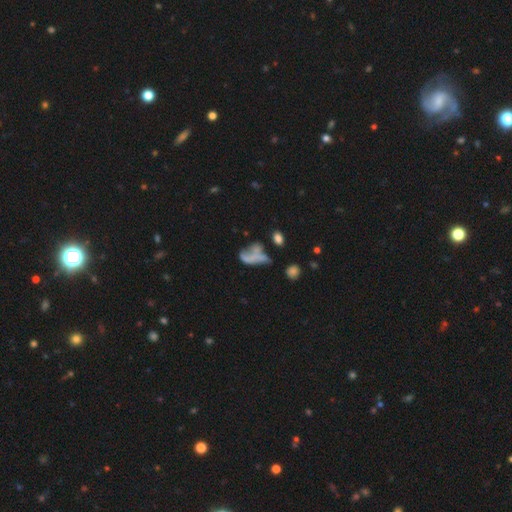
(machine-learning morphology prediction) Smooth or featured? smooth (47%)
Merging? major disturbance (34%)